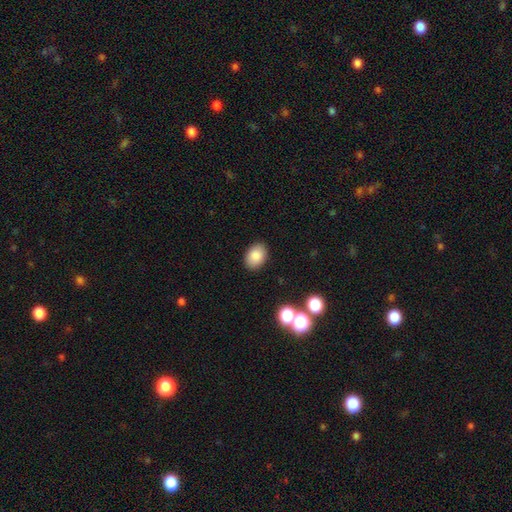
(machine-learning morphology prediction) Smooth or featured? smooth (85%)
How rounded? in between (78%)
Merging? none (88%)